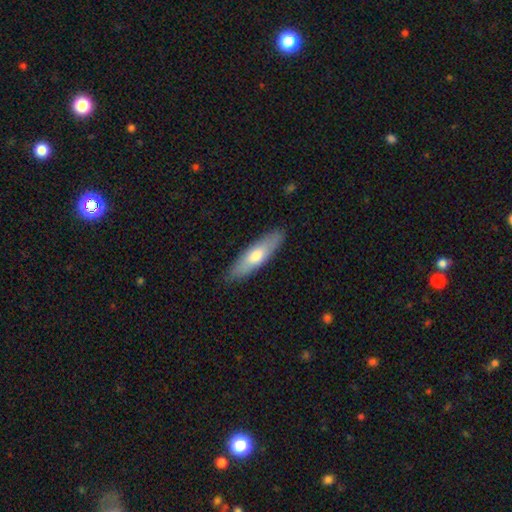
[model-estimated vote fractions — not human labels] Overall: smooth (65%; featured or disk 30%). How rounded: cigar-shaped (60%; in between 38%). Merging: none (87%).